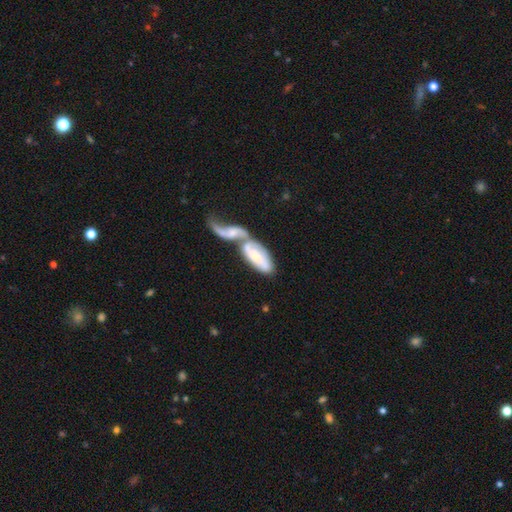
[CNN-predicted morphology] A featured or disk galaxy (51%). Merging: merger (73%).